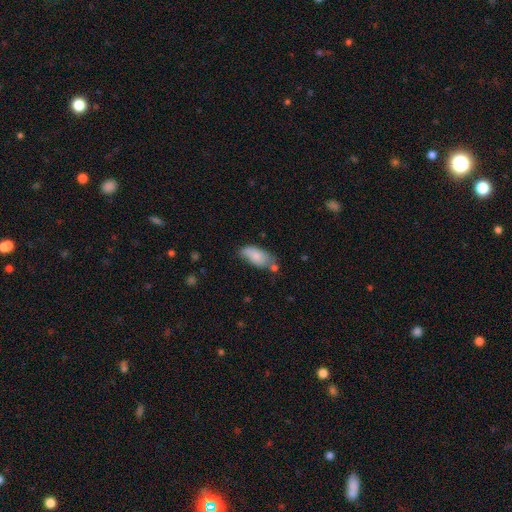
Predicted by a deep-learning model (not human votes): smooth 80%, featured or disk 14%, star or artifact 7%. Down the decision tree: how rounded — in between (89%); merging — none (50%).